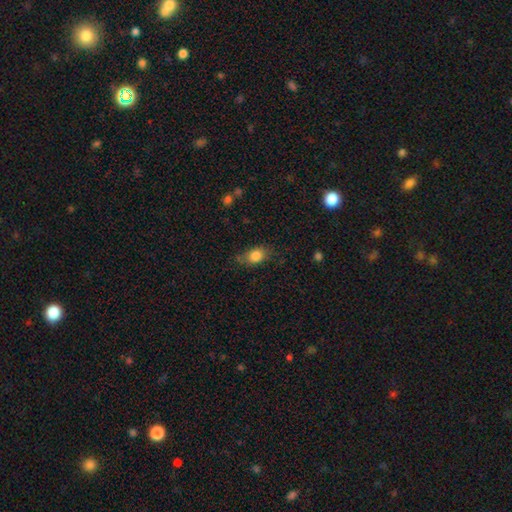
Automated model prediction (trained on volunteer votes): smooth 83%, featured or disk 9%, star or artifact 9%. Down the decision tree: how rounded — in between (74%); merging — none (71%).